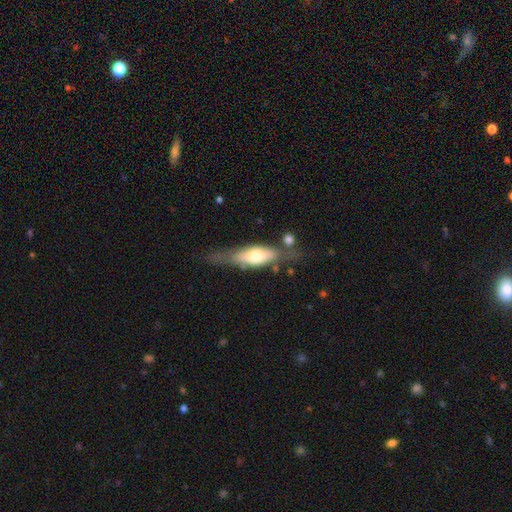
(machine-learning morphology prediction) type=featured or disk (51%); edge-on=yes (77%); merging=none (60%).